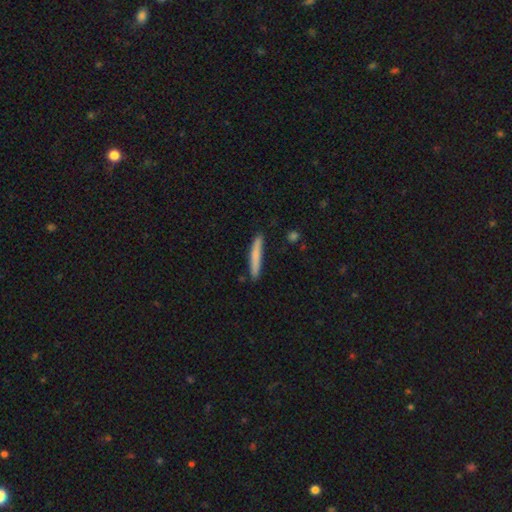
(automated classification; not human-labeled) Overall: smooth (75%). How rounded: cigar-shaped (95%). Merging: none (83%).